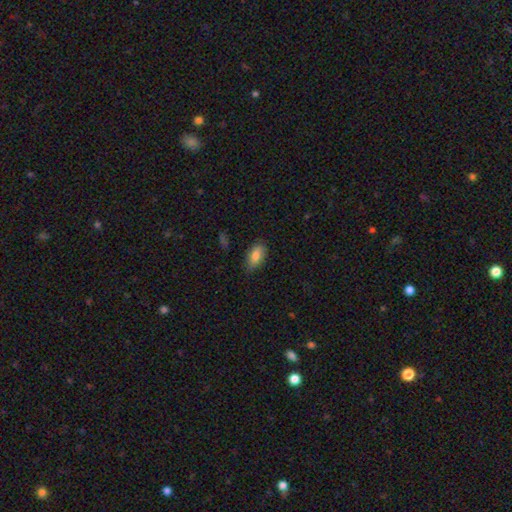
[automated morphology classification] Q: Smooth or featured?
A: smooth (82%); runner-up: featured or disk (11%)
Q: How rounded?
A: in between (90%); runner-up: cigar-shaped (6%)
Q: Merging?
A: none (82%); runner-up: minor disturbance (14%)